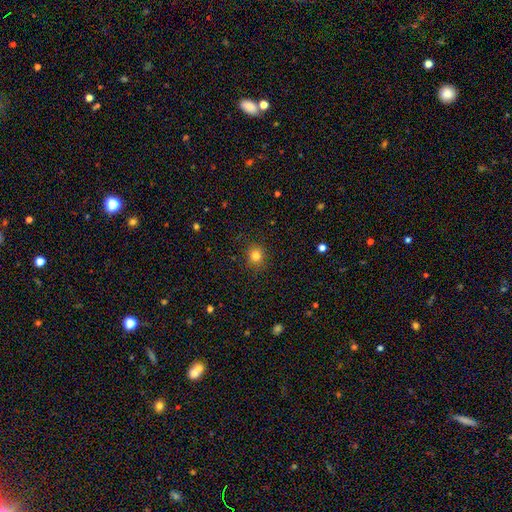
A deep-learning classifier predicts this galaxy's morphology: Smooth or featured? Predicted: smooth (p=0.82). How rounded? Predicted: round (p=0.85). Merging? Predicted: none (p=0.88).